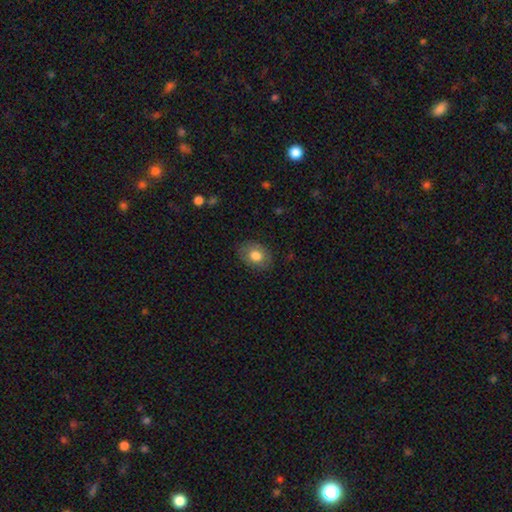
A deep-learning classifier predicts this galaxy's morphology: smooth_or_featured: smooth (p=0.77) [alt: featured or disk p=0.15]
how_rounded: in between (p=0.73) [alt: round p=0.26]
merging: none (p=0.83) [alt: minor disturbance p=0.13]